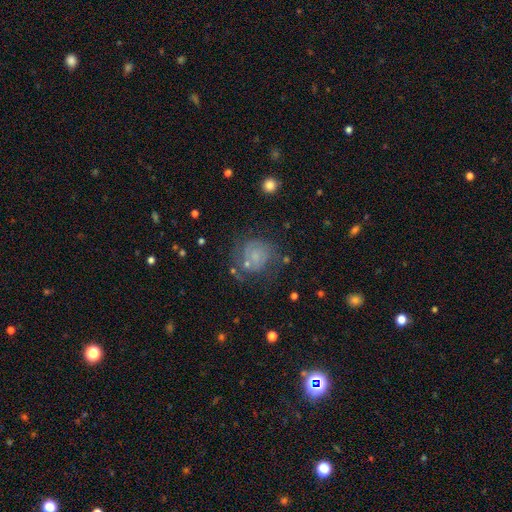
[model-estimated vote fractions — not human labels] Smooth or featured?
  - featured or disk: 56% *
  - smooth: 31%
  - star or artifact: 13%
Edge-on disk?
  - no: 98% *
  - yes: 2%
Bar?
  - no: 68% *
  - weak: 27%
  - strong: 5%
Spiral arms?
  - yes: 79% *
  - no: 21%
Bulge size?
  - small: 54% *
  - none: 22%
  - moderate: 19%
  - large: 3%
  - dominant: 2%
Merging?
  - none: 56% *
  - minor disturbance: 21%
  - major disturbance: 18%
  - merger: 5%